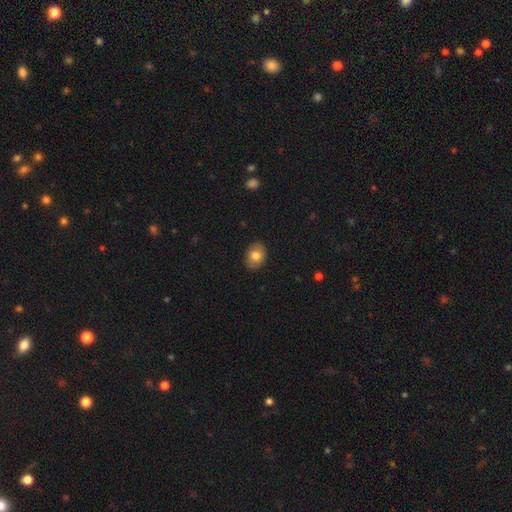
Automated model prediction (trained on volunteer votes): A smooth galaxy with no disk features (80%) that is in between round and cigar-shaped (67%). Merging: none (88%).